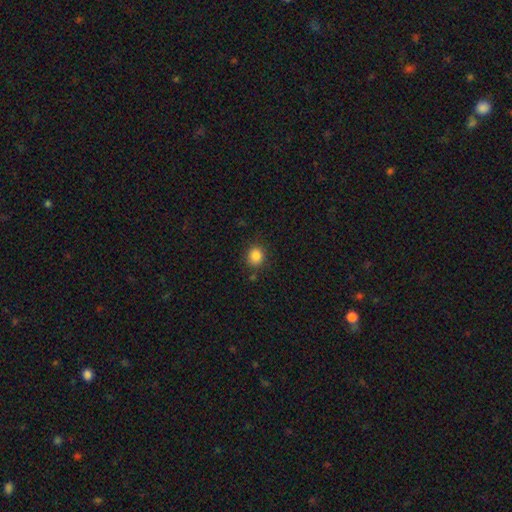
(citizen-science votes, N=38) Morphology: type=smooth (84%); roundness=round (81%); merging=none (68%).